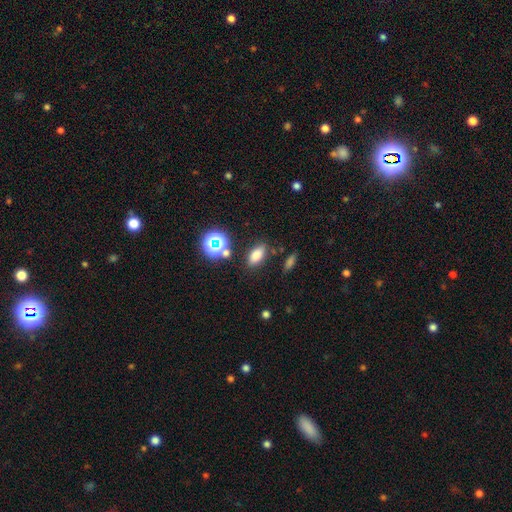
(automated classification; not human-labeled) Smooth or featured? smooth (75%)
How rounded? in between (79%)
Merging? none (81%)